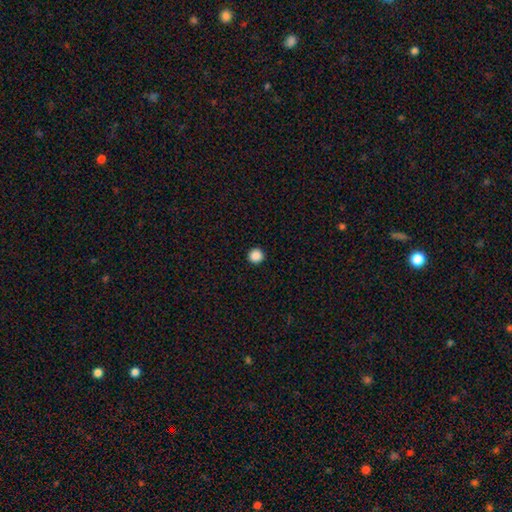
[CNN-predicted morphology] smooth 87%, star or artifact 10%, featured or disk 2%. Down the decision tree: how rounded — round (96%); merging — none (94%).